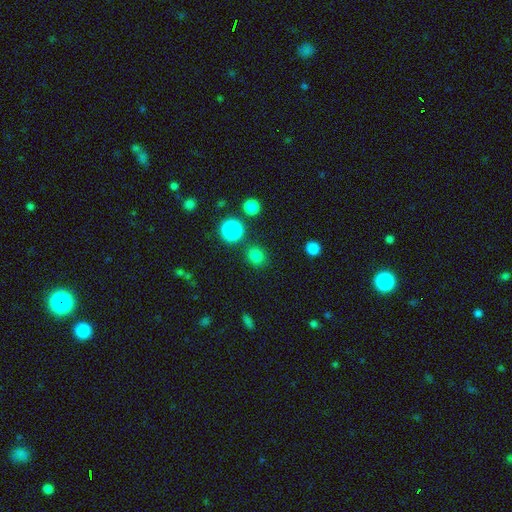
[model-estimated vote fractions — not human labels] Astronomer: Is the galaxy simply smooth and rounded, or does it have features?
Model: smooth — 80%.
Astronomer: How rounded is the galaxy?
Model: round — 86%.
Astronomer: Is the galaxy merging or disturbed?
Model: none — 86%.